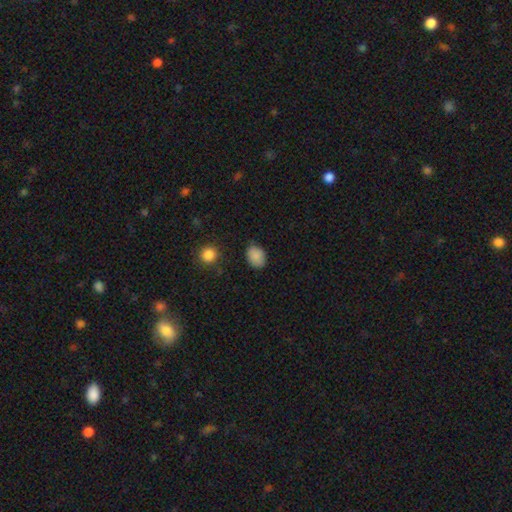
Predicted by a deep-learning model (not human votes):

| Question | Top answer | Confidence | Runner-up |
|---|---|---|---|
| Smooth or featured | smooth | 87% | star or artifact (9%) |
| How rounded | in between | 65% | round (34%) |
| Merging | none | 76% | minor disturbance (18%) |